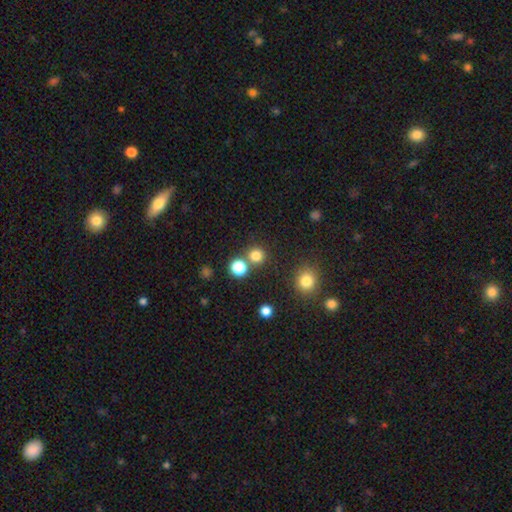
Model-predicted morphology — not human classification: Smooth or featured?
  - smooth: 78% *
  - star or artifact: 17%
  - featured or disk: 5%
How rounded?
  - round: 91% *
  - in between: 8%
  - cigar-shaped: 1%
Merging?
  - none: 77% *
  - merger: 14%
  - minor disturbance: 7%
  - major disturbance: 3%